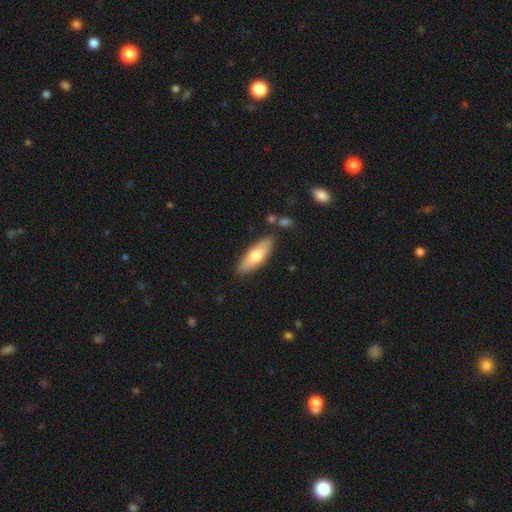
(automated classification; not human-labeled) This appears to be a smooth galaxy with no disk features (68%) that is in between round and cigar-shaped (56%). Merging: none (84%).